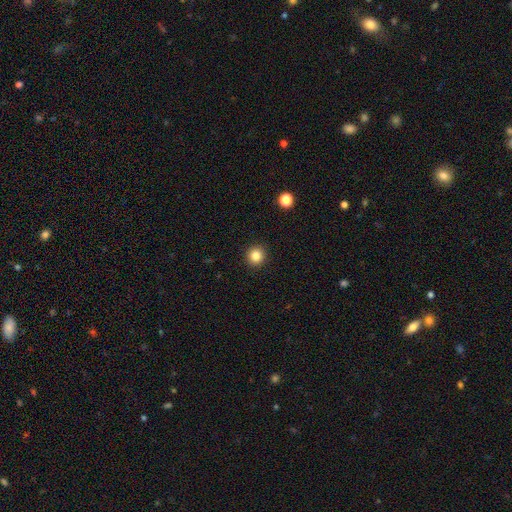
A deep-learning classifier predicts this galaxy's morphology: Overall: smooth (84%). How rounded: round (92%). Merging: none (93%).